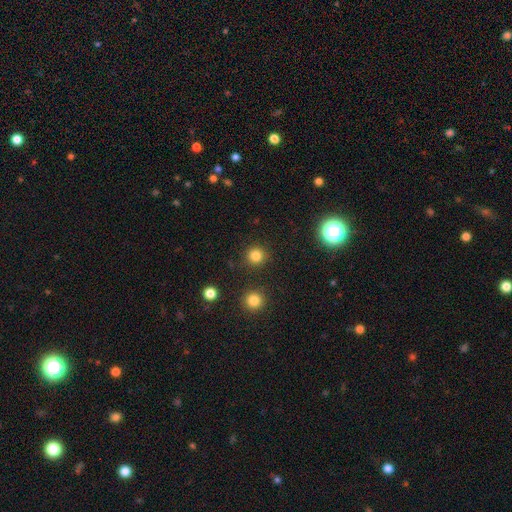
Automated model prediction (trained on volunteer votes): Smooth or featured: smooth — 81% (star or artifact — 14%)
How rounded: round — 94% (in between — 5%)
Merging: none — 90% (minor disturbance — 6%)